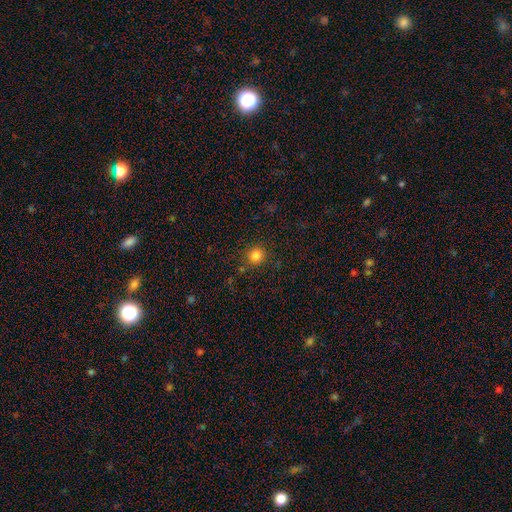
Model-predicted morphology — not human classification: Smooth or featured: smooth — 83% (star or artifact — 13%)
How rounded: round — 91% (in between — 8%)
Merging: none — 85% (minor disturbance — 8%)